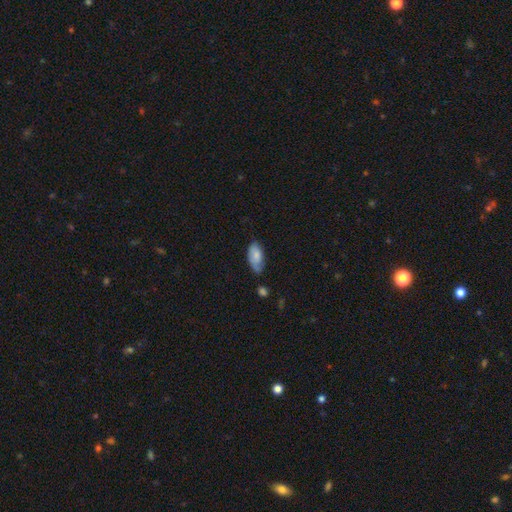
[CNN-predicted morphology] This is likely a smooth galaxy (74%). How rounded: clearly in between (93%). Merging: possibly none (52%).